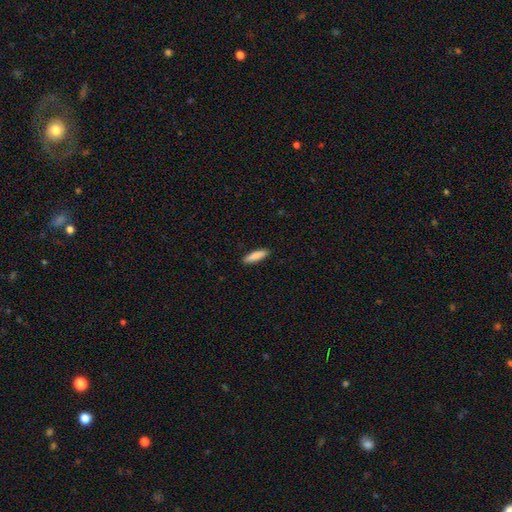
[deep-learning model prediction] The model was most divided on "how rounded": cigar-shaped: 71%, in between: 28%, round: 1%. More confident: merging — none (91%); smooth or featured — smooth (87%).